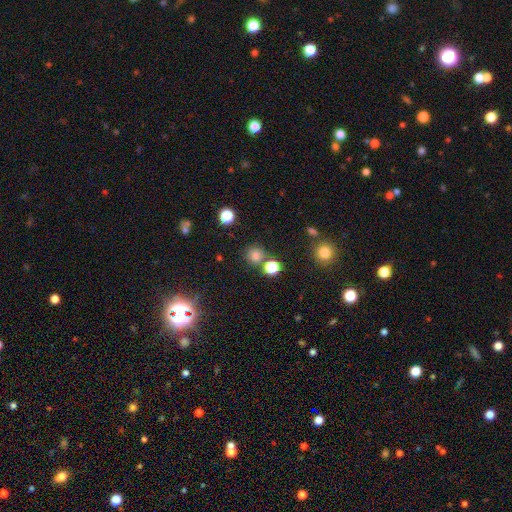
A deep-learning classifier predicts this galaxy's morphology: Smooth or featured: smooth — 76% (star or artifact — 18%)
How rounded: round — 90% (in between — 9%)
Merging: none — 74% (merger — 14%)